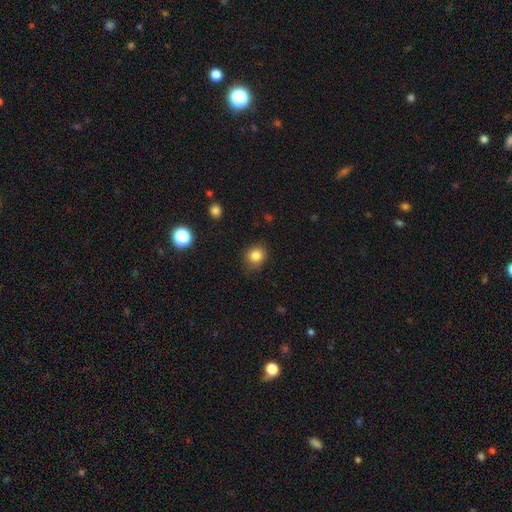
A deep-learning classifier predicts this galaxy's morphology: type=smooth (84%); roundness=round (74%); merging=none (82%).